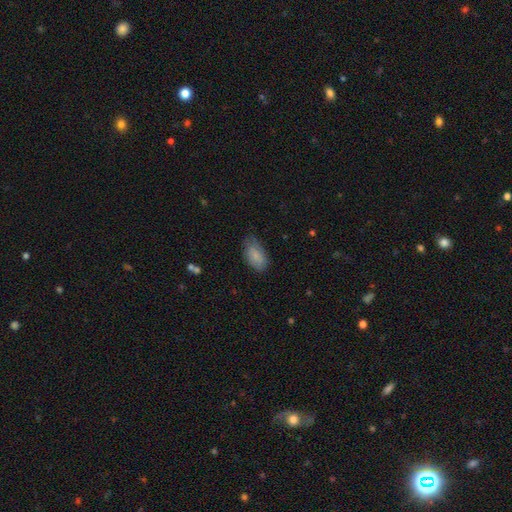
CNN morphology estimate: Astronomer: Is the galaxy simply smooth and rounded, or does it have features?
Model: smooth — 84%.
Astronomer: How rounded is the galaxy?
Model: in between — 93%.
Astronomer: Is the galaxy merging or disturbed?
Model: none — 67%.